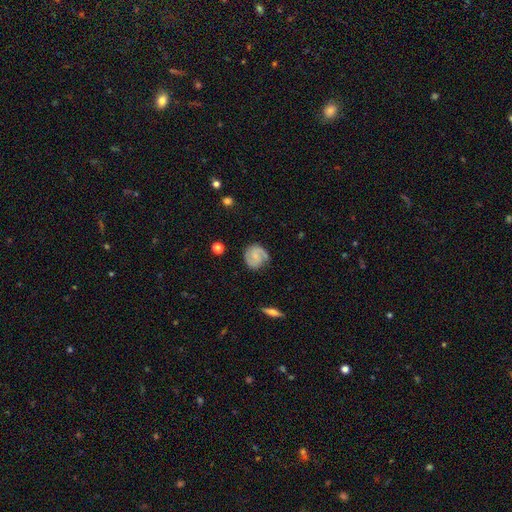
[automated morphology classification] Smooth or featured?
  - featured or disk: 71% *
  - smooth: 22%
  - star or artifact: 7%
Edge-on disk?
  - no: 98% *
  - yes: 2%
Bar?
  - no: 53% *
  - weak: 38%
  - strong: 9%
Spiral arms?
  - yes: 95% *
  - no: 5%
Spiral winding?
  - medium: 44% *
  - tight: 41%
  - loose: 15%
Spiral arm count?
  - 2: 84% *
  - can't tell: 6%
  - 1: 5%
  - 3: 3%
  - 4: 1%
  - more than 4: 1%
Bulge size?
  - none: 42% *
  - small: 41%
  - moderate: 14%
  - large: 2%
  - dominant: 1%
Merging?
  - none: 78% *
  - minor disturbance: 16%
  - major disturbance: 5%
  - merger: 2%